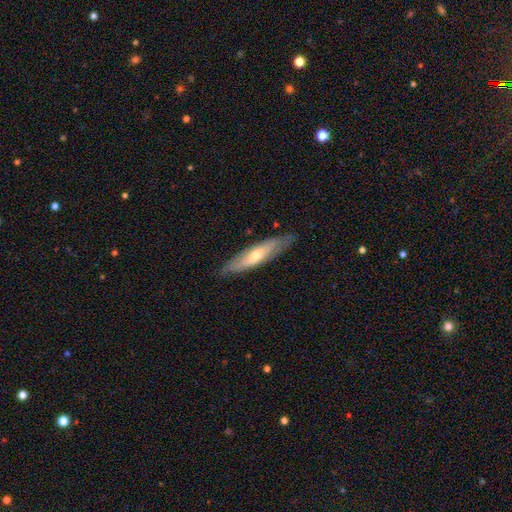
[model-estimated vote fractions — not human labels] Smooth or featured?
  - featured or disk: 53% *
  - smooth: 41%
  - star or artifact: 6%
Edge-on disk?
  - yes: 59% *
  - no: 41%
Merging?
  - none: 82% *
  - minor disturbance: 14%
  - major disturbance: 3%
  - merger: 1%